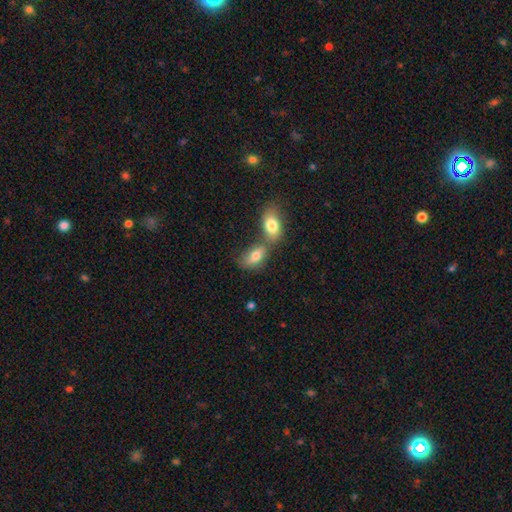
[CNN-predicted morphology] smooth_or_featured: smooth (p=0.78) [alt: featured or disk p=0.14]
how_rounded: in between (p=0.89) [alt: round p=0.07]
merging: merger (p=0.47) [alt: none p=0.37]